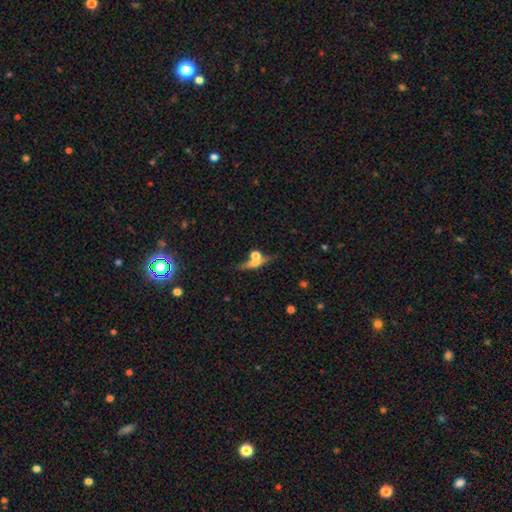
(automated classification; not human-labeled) smooth-or-featured: smooth: 49% | featured or disk: 38% | star or artifact: 14%
  merging: none: 55% | merger: 25% | minor disturbance: 12% | major disturbance: 7%